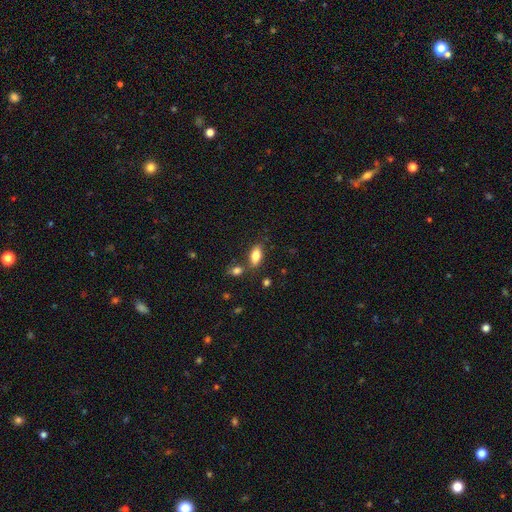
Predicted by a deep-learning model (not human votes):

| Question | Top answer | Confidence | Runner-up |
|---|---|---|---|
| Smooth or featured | smooth | 82% | featured or disk (10%) |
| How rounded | in between | 86% | cigar-shaped (11%) |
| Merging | none | 73% | minor disturbance (13%) |